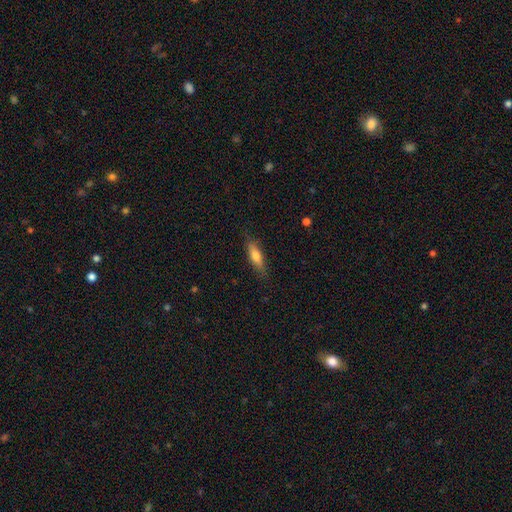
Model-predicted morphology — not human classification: smooth-or-featured: smooth: 70% | featured or disk: 24% | star or artifact: 6%
  how-rounded: cigar-shaped: 56% | in between: 42% | round: 2%
  merging: none: 83% | minor disturbance: 13% | major disturbance: 3% | merger: 1%